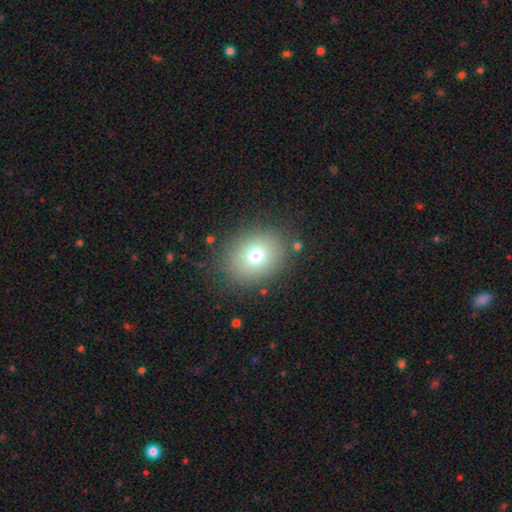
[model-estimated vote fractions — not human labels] smooth 73%, star or artifact 13%, featured or disk 13%. Down the decision tree: how rounded — round (51%); merging — none (86%).